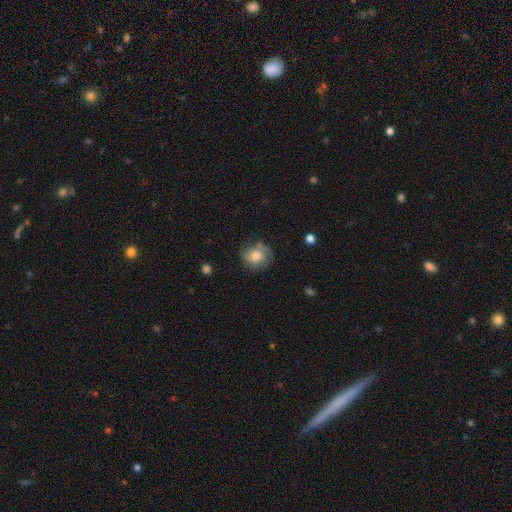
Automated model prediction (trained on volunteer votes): This is possibly a smooth galaxy (53%). How rounded: clearly round (80%). Merging: likely none (68%).